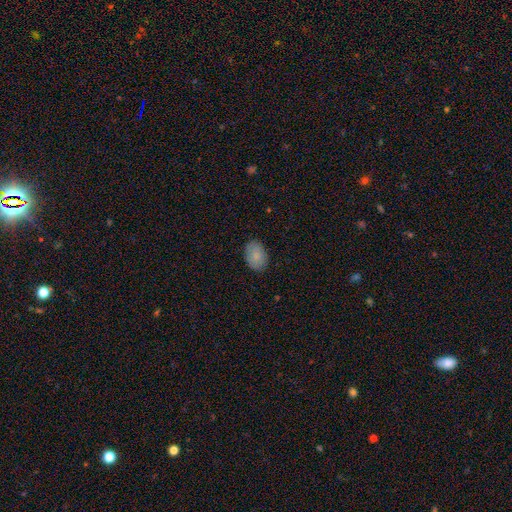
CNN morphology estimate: Overall: smooth (86%). How rounded: in between (82%). Merging: none (86%).